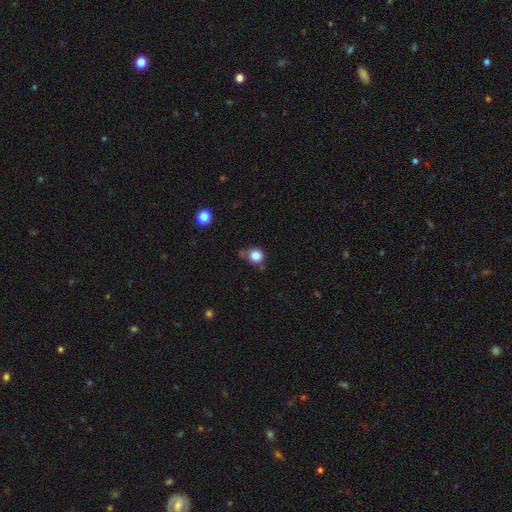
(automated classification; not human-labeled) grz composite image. It shows a smooth galaxy with no disk features (83%) that is round (88%). Merging: none (66%).